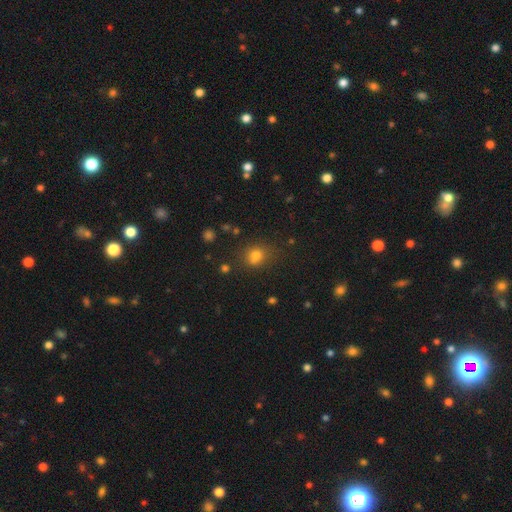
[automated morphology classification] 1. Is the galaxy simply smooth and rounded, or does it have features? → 76% smooth, 16% star or artifact, 8% featured or disk.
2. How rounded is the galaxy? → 69% round, 30% in between, 1% cigar-shaped.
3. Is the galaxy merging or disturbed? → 67% none, 18% minor disturbance, 9% merger, 6% major disturbance.